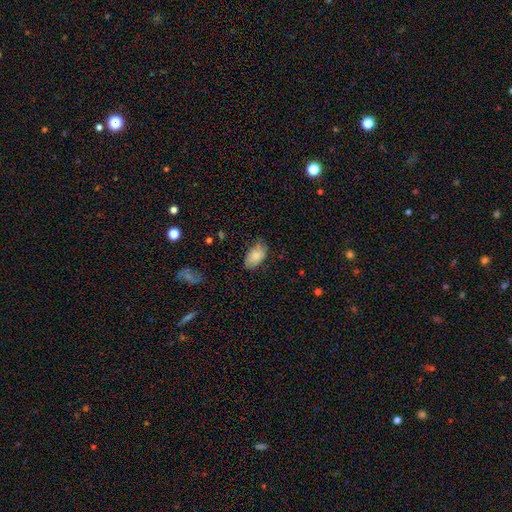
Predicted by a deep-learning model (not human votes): Q: Smooth or featured?
A: smooth (80%); runner-up: featured or disk (12%)
Q: How rounded?
A: in between (93%); runner-up: round (6%)
Q: Merging?
A: none (59%); runner-up: minor disturbance (32%)